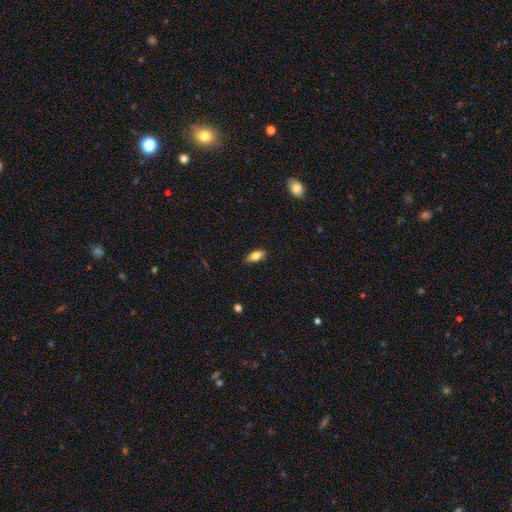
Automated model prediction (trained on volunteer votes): Smooth or featured? smooth (76%)
How rounded? in between (84%)
Merging? none (86%)